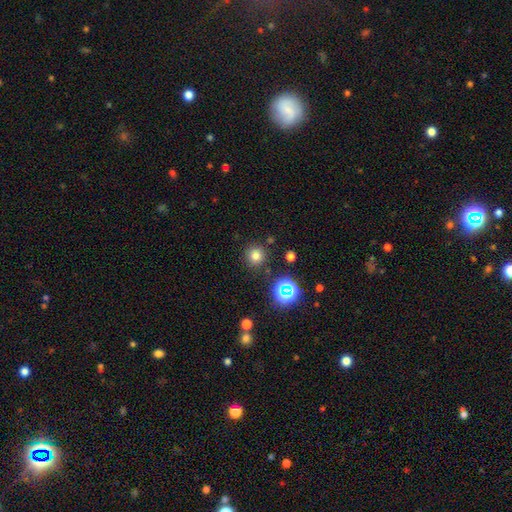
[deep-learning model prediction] Smooth or featured? smooth (74%)
How rounded? round (94%)
Merging? none (86%)